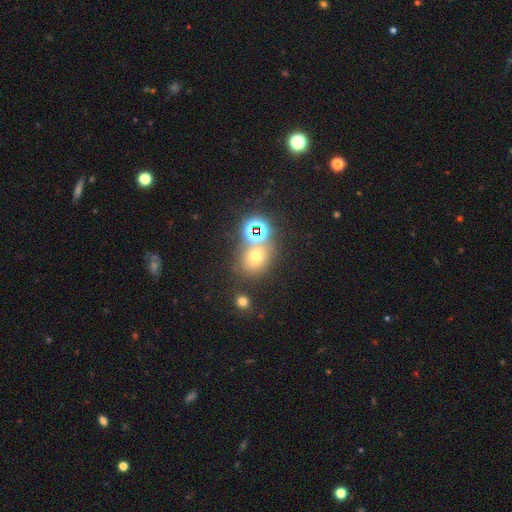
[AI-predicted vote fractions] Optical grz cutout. It shows a smooth galaxy with no disk features (55%) that is round (63%). Merging: none (65%).